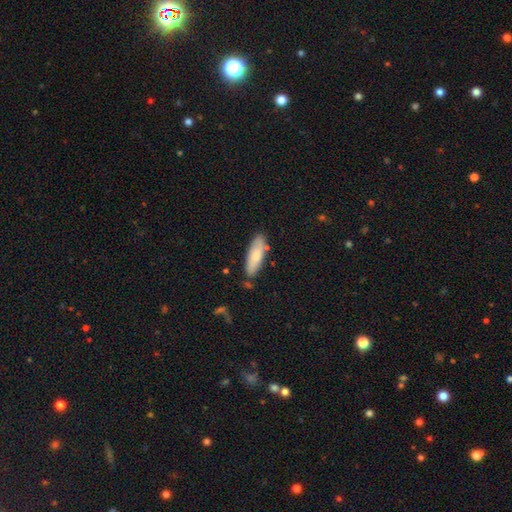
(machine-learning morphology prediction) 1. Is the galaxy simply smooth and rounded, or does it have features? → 79% smooth, 16% featured or disk, 6% star or artifact.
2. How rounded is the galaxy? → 55% in between, 43% cigar-shaped, 2% round.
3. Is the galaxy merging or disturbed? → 78% none, 15% minor disturbance, 5% merger, 3% major disturbance.